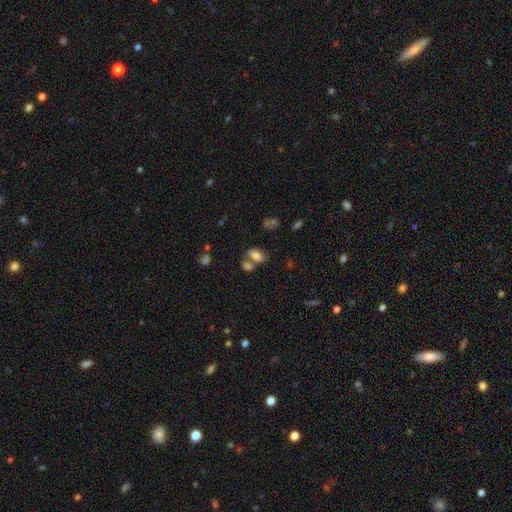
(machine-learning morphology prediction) smooth-or-featured: smooth: 77% | featured or disk: 12% | star or artifact: 11%
  how-rounded: in between: 87% | round: 8% | cigar-shaped: 5%
  merging: none: 47% | merger: 36% | minor disturbance: 12% | major disturbance: 5%